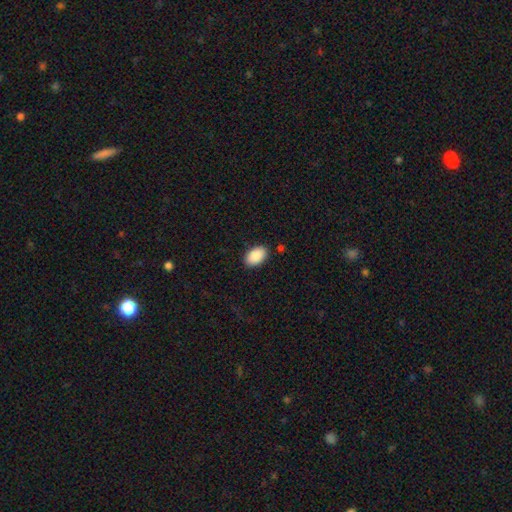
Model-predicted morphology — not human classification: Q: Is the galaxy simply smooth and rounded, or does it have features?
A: smooth — 90%.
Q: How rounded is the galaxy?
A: in between — 93%.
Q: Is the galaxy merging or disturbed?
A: none — 87%.